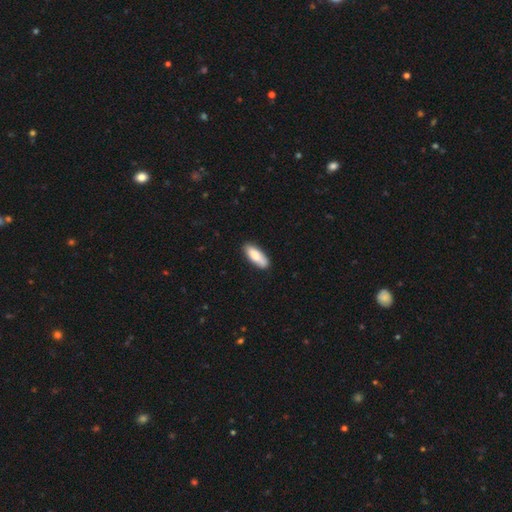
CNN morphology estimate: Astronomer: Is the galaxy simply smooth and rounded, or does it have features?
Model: smooth — 84%.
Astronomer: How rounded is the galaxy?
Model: in between — 68%.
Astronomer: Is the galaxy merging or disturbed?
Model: none — 81%.